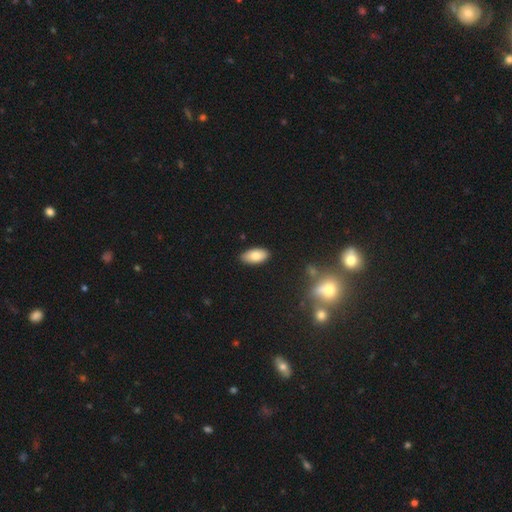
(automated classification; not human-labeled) Smooth or featured?
  - smooth: 82% *
  - featured or disk: 10%
  - star or artifact: 8%
How rounded?
  - in between: 92% *
  - cigar-shaped: 5%
  - round: 2%
Merging?
  - none: 85% *
  - minor disturbance: 11%
  - major disturbance: 2%
  - merger: 1%